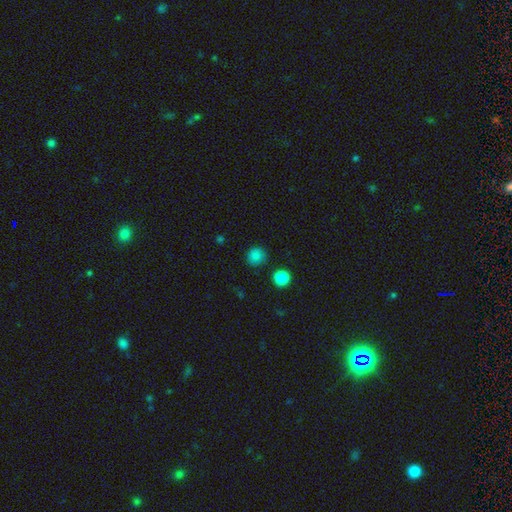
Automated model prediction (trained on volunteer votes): smooth_or_featured: smooth (p=0.83) [alt: star or artifact p=0.13]
how_rounded: round (p=0.91) [alt: in between p=0.09]
merging: none (p=0.87) [alt: minor disturbance p=0.08]